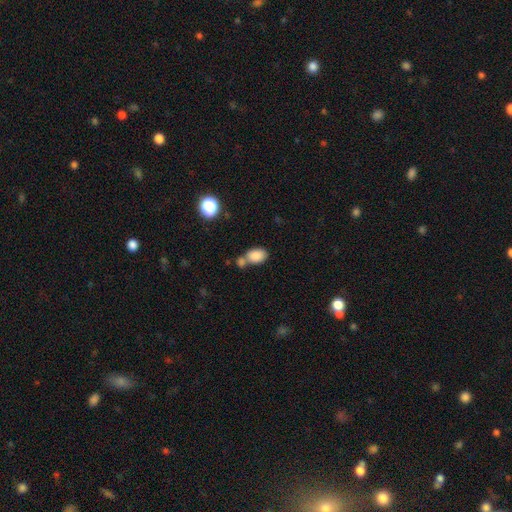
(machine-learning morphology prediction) smooth_or_featured: smooth (p=0.84) [alt: star or artifact p=0.09]
how_rounded: in between (p=0.82) [alt: round p=0.17]
merging: none (p=0.44) [alt: merger p=0.39]